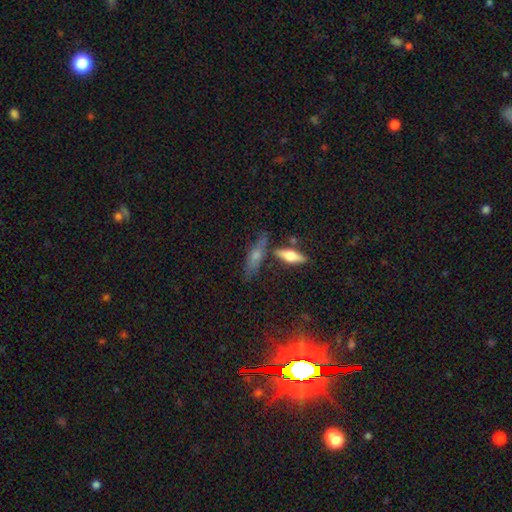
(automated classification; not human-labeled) This appears to be a featured or disk galaxy (45%). Merging: none (65%).